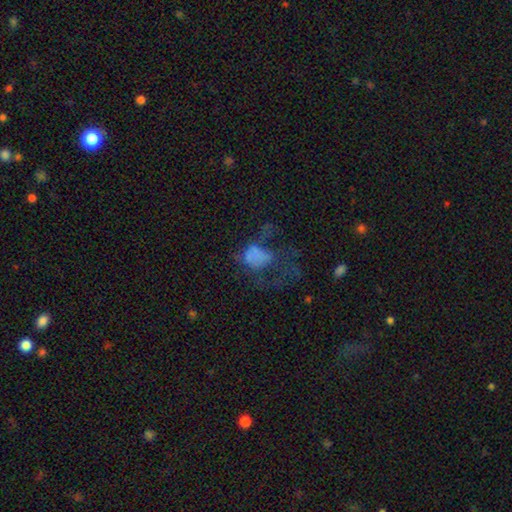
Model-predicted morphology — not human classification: A smooth galaxy with no disk features (49%).

Vote fractions:
- Smooth or featured? smooth: 49% / featured or disk: 31% / star or artifact: 20%
- Merging? major disturbance: 53% / none: 22% / minor disturbance: 13% / merger: 12%